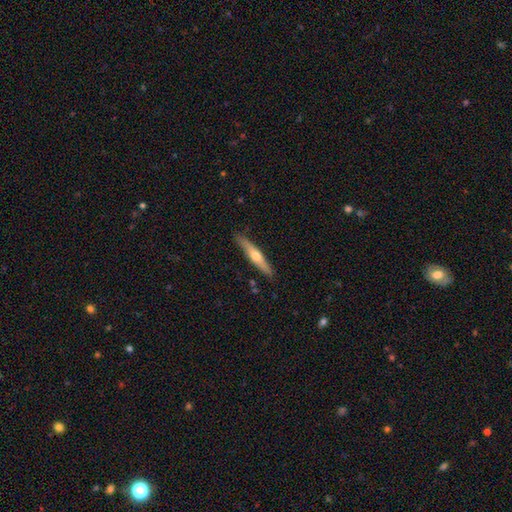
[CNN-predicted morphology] featured or disk 55%, smooth 40%, star or artifact 5%. Down the decision tree: edge-on disk — yes (94%); edge-on bulge — rounded (89%); merging — none (88%).